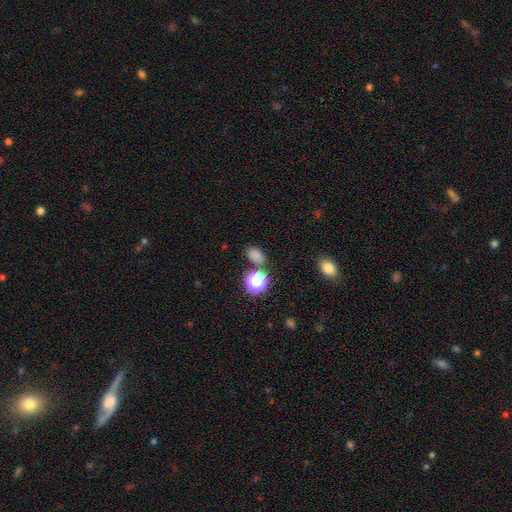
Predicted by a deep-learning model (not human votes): A smooth galaxy with no disk features (74%) that is in between round and cigar-shaped (69%).

Vote fractions:
- Smooth or featured? smooth: 74% / star or artifact: 21% / featured or disk: 5%
- How rounded? in between: 69% / round: 30% / cigar-shaped: 2%
- Merging? none: 76% / minor disturbance: 11% / merger: 10% / major disturbance: 3%